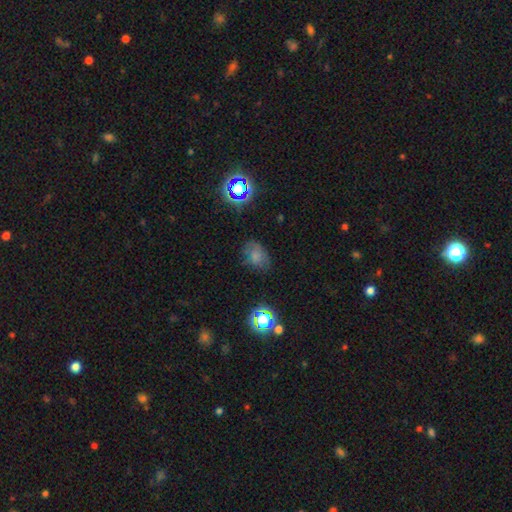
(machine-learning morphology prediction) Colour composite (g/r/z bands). It shows a smooth galaxy with no disk features (63%) that is in between round and cigar-shaped (68%). Merging: none (55%).